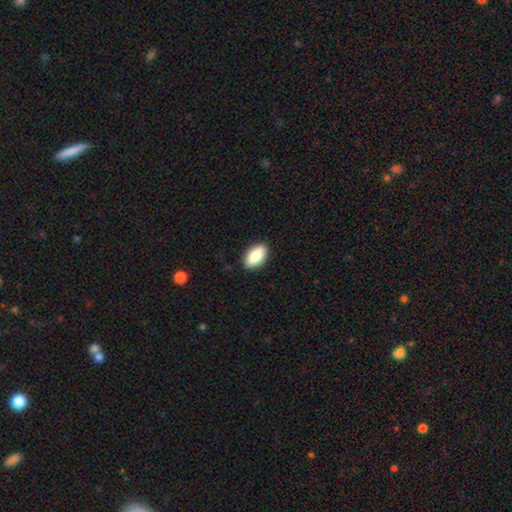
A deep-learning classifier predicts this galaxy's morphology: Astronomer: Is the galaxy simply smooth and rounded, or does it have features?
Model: smooth — 87%.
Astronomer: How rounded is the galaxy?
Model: in between — 93%.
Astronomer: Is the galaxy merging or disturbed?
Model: none — 89%.